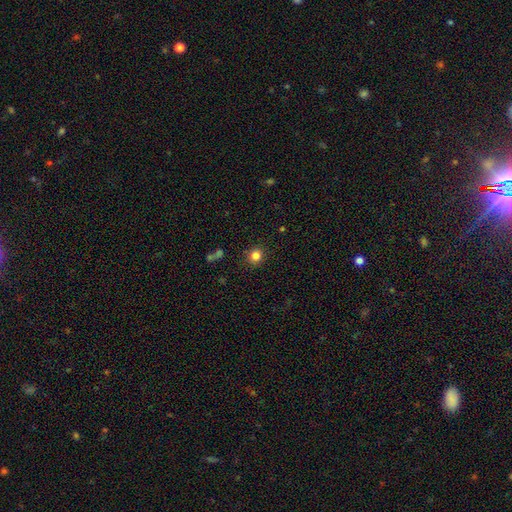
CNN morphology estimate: type=smooth (83%); roundness=round (88%); merging=none (89%).